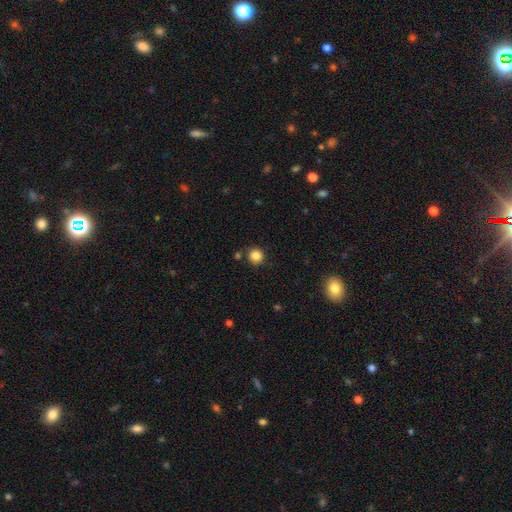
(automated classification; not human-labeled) A smooth galaxy with no disk features (85%) that is round (93%). Merging: none (85%).